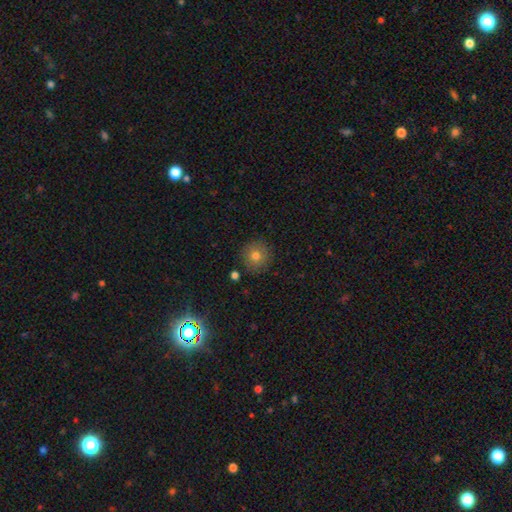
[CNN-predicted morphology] A smooth galaxy with no disk features (77%) that is round (94%).

Vote fractions:
- Smooth or featured? smooth: 77% / star or artifact: 12% / featured or disk: 12%
- How rounded? round: 94% / in between: 5% / cigar-shaped: 1%
- Merging? none: 88% / minor disturbance: 8% / major disturbance: 2% / merger: 2%